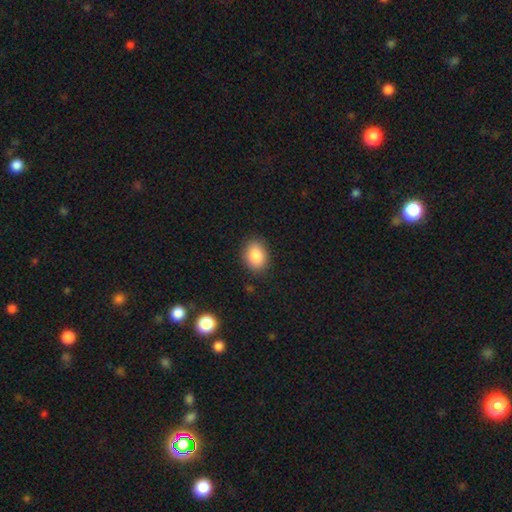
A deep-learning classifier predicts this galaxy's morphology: smooth-or-featured: smooth: 87% | star or artifact: 8% | featured or disk: 5%
  how-rounded: in between: 67% | round: 32% | cigar-shaped: 1%
  merging: none: 86% | minor disturbance: 10% | major disturbance: 3% | merger: 1%